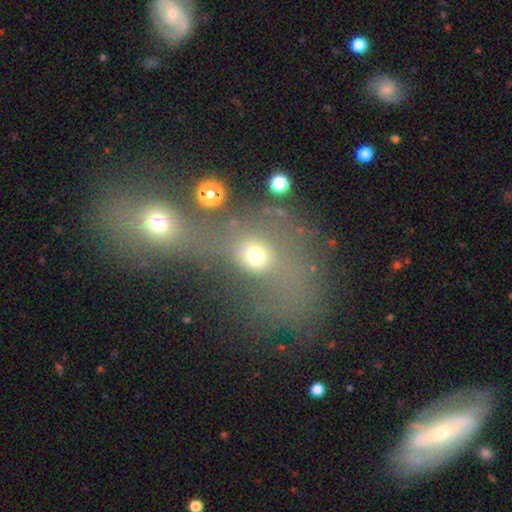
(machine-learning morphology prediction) A smooth galaxy with no disk features (62%) that is round (50%).

Vote fractions:
- Smooth or featured? smooth: 62% / star or artifact: 20% / featured or disk: 18%
- How rounded? round: 50% / in between: 46% / cigar-shaped: 4%
- Merging? merger: 46% / none: 27% / major disturbance: 17% / minor disturbance: 11%